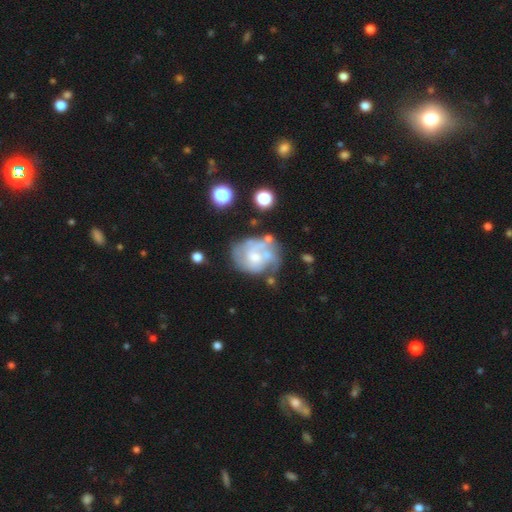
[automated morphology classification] smooth-or-featured: featured or disk: 67% | smooth: 25% | star or artifact: 8%
  disk-edge-on: no: 98% | yes: 2%
    bar: no: 70% | weak: 26% | strong: 4%
    has-spiral-arms: yes: 65% | no: 35%
    bulge-size: moderate: 42% | small: 40% | none: 12% | large: 5% | dominant: 1%
  merging: none: 46% | minor disturbance: 24% | major disturbance: 20% | merger: 11%